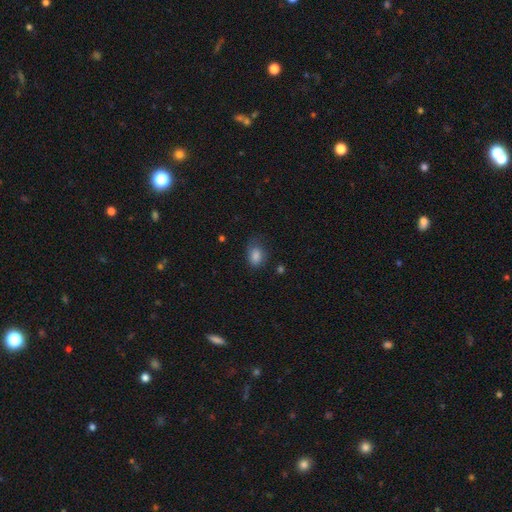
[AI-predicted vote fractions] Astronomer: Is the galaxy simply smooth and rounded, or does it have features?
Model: smooth — 84%.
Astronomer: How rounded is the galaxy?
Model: in between — 73%.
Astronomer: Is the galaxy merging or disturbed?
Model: none — 60%.